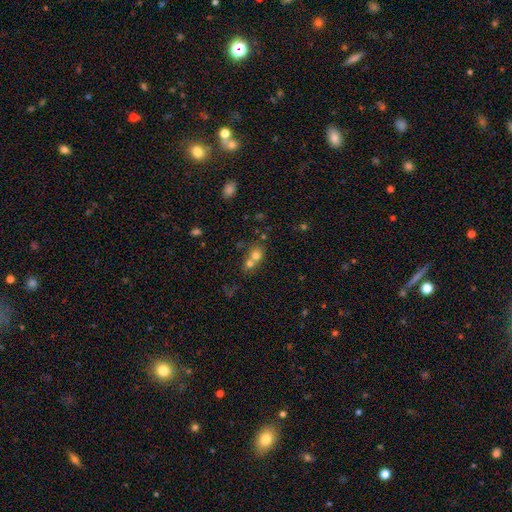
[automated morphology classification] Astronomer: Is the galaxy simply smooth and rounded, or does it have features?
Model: smooth — 71%.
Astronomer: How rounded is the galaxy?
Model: round — 75%.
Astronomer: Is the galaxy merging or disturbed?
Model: merger — 61%.